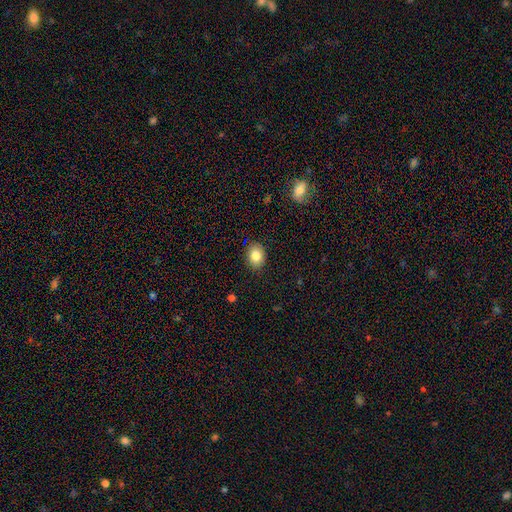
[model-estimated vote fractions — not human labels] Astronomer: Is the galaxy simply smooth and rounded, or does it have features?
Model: smooth — 84%.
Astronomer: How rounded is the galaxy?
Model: in between — 63%.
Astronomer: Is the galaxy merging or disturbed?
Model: none — 88%.